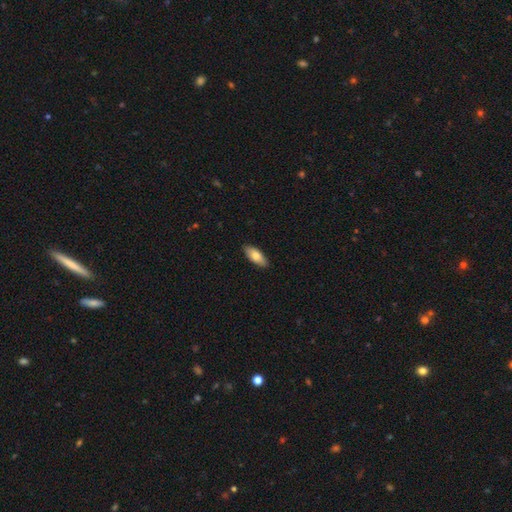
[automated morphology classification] This is likely a smooth galaxy (77%). How rounded: clearly in between (81%). Merging: clearly none (89%).